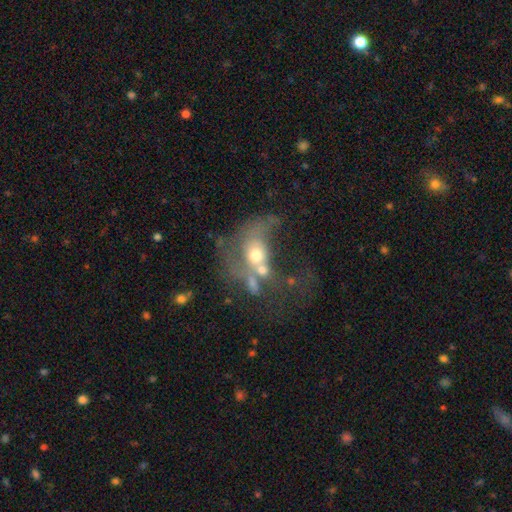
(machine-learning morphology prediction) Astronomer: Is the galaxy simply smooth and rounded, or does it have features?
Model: smooth — 44% (runner-up: featured or disk, 42%).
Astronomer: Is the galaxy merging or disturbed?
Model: merger — 47% (runner-up: major disturbance, 29%).